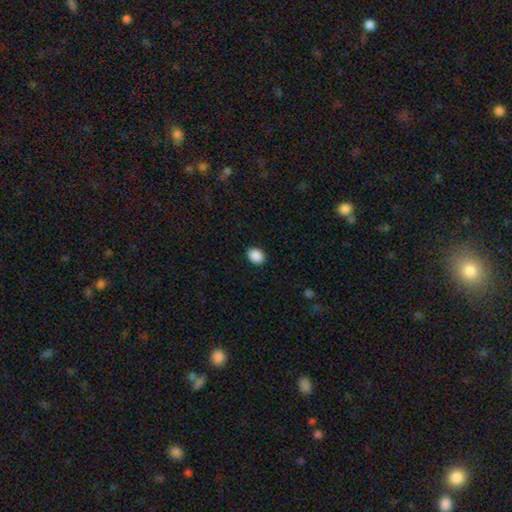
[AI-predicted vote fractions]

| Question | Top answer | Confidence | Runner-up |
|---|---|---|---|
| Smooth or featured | smooth | 89% | star or artifact (8%) |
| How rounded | round | 52% | in between (48%) |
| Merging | none | 90% | minor disturbance (7%) |